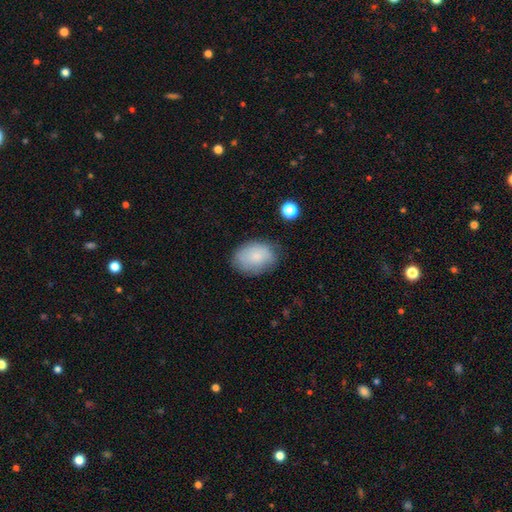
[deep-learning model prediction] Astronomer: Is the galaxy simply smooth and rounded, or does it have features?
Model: smooth — 80%.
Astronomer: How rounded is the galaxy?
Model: in between — 79%.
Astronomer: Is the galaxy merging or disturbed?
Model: none — 72%.